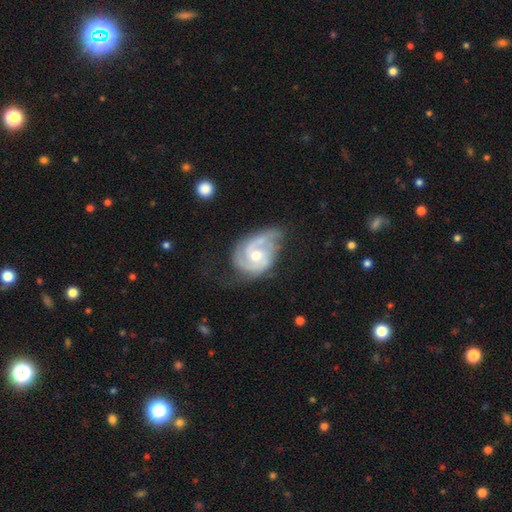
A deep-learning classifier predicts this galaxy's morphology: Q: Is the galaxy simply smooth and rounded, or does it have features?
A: featured or disk — 88%.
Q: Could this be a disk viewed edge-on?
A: no — 98%.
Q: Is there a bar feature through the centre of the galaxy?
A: no — 57%.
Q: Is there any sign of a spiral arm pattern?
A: yes — 97%.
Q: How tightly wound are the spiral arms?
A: tight — 45%.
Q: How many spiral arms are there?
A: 2 — 63%.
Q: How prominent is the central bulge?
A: moderate — 68%.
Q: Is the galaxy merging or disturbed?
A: none — 52%.